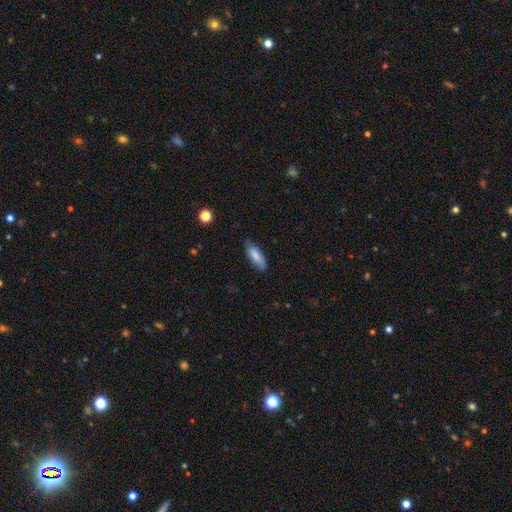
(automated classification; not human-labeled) smooth_or_featured: smooth (p=0.80) [alt: featured or disk p=0.14]
how_rounded: in between (p=0.69) [alt: cigar-shaped p=0.29]
merging: none (p=0.73) [alt: minor disturbance p=0.22]